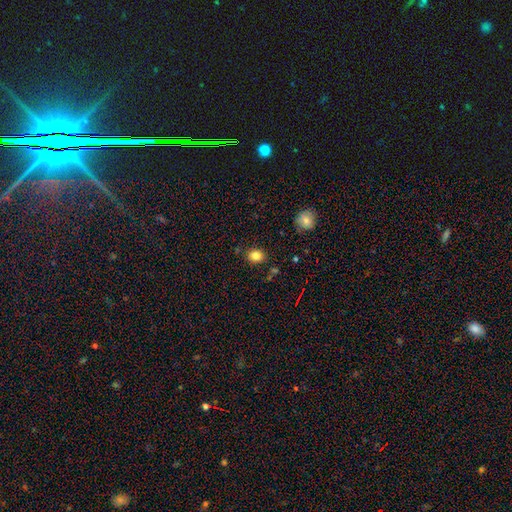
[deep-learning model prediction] smooth 83%, star or artifact 11%, featured or disk 6%. Down the decision tree: how rounded — round (54%); merging — none (84%).